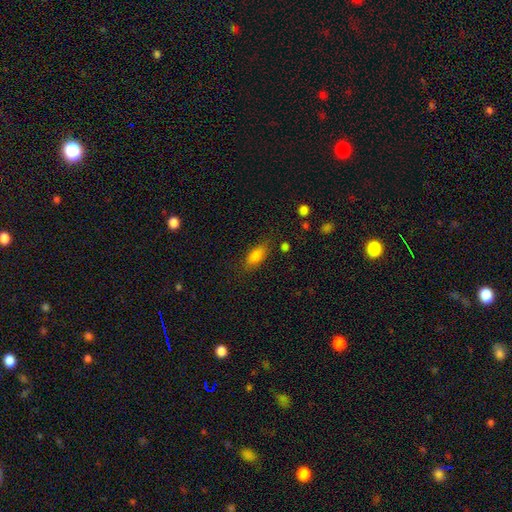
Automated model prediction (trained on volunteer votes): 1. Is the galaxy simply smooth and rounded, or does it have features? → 80% smooth, 12% featured or disk, 9% star or artifact.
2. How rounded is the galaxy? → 81% in between, 16% cigar-shaped, 4% round.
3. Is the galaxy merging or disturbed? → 77% none, 16% minor disturbance, 4% major disturbance, 2% merger.